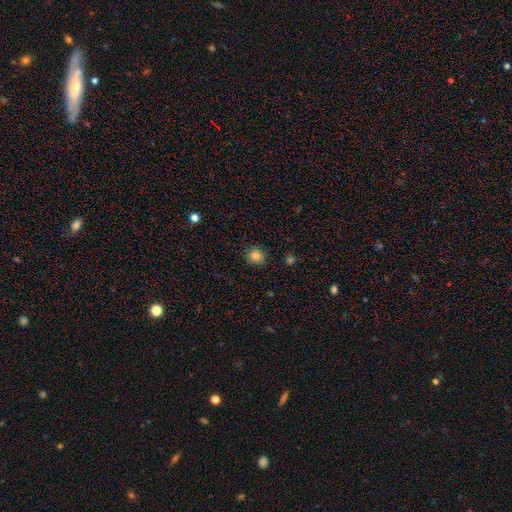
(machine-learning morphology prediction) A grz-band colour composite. It shows a smooth galaxy with no disk features (82%) that is round (84%). Merging: none (87%).